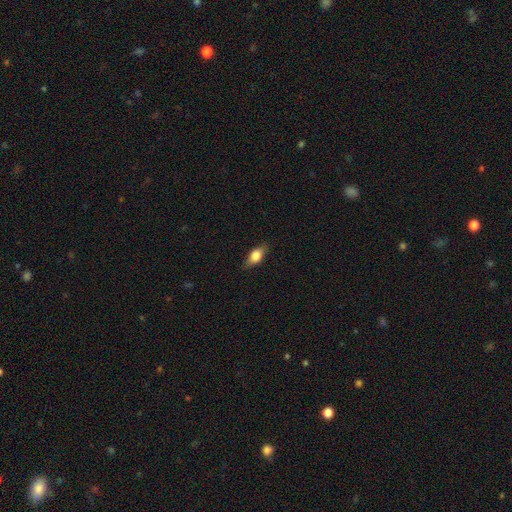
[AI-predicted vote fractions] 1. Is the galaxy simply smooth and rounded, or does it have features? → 70% smooth, 22% featured or disk, 8% star or artifact.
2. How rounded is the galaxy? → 79% in between, 12% cigar-shaped, 9% round.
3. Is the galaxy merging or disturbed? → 81% none, 15% minor disturbance, 3% major disturbance, 1% merger.